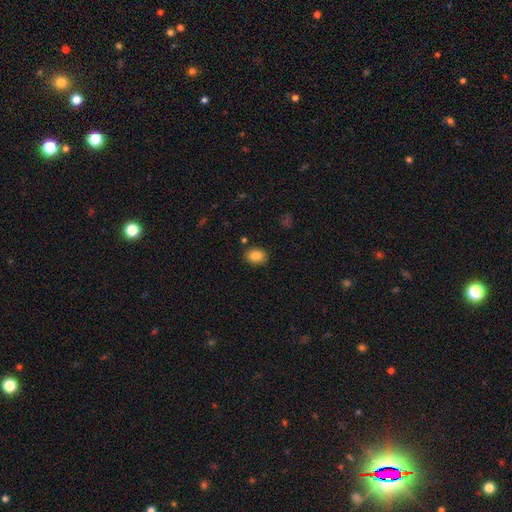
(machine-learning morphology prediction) Q: Smooth or featured?
A: smooth (85%); runner-up: star or artifact (9%)
Q: How rounded?
A: in between (69%); runner-up: round (30%)
Q: Merging?
A: none (86%); runner-up: minor disturbance (9%)